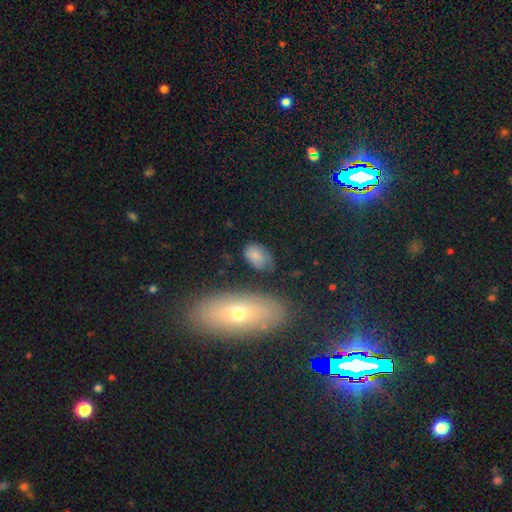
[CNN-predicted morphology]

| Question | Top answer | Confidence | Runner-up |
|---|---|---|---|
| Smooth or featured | smooth | 73% | featured or disk (17%) |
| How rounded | in between | 87% | round (11%) |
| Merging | none | 61% | minor disturbance (25%) |